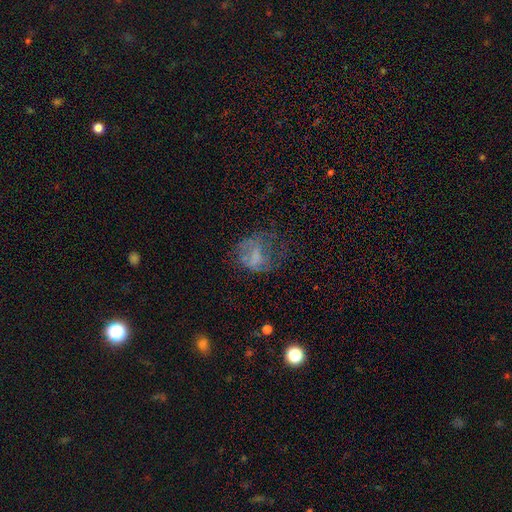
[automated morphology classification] The model was most divided on "merging": major disturbance: 39%, none: 37%, minor disturbance: 21%, merger: 3%. Remaining: smooth or featured — smooth (43%).